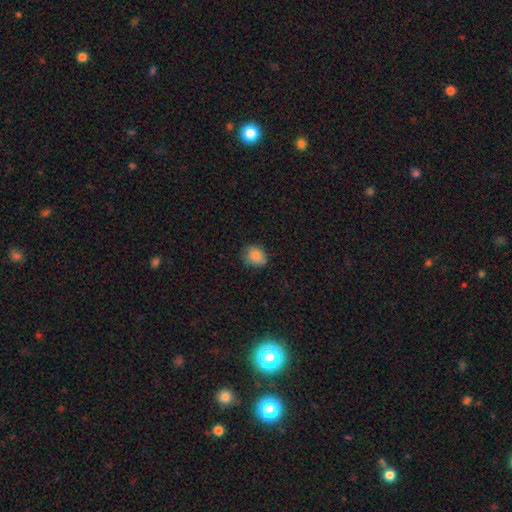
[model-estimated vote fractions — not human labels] smooth_or_featured: smooth (p=0.84) [alt: star or artifact p=0.10]
how_rounded: round (p=0.67) [alt: in between p=0.32]
merging: none (p=0.73) [alt: minor disturbance p=0.22]